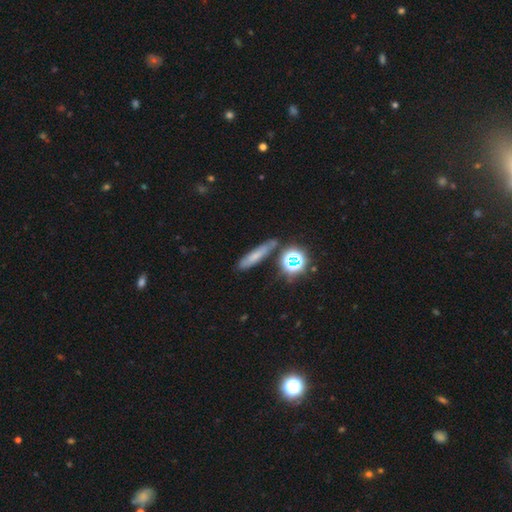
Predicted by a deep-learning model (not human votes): smooth 58%, star or artifact 23%, featured or disk 19%. Down the decision tree: how rounded — cigar-shaped (73%); merging — none (74%).